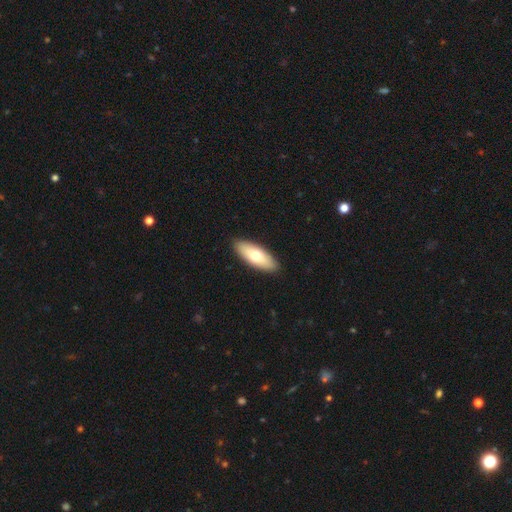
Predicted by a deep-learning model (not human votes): smooth_or_featured: smooth (p=0.69) [alt: featured or disk p=0.26]
how_rounded: in between (p=0.74) [alt: cigar-shaped p=0.24]
merging: none (p=0.90) [alt: minor disturbance p=0.07]